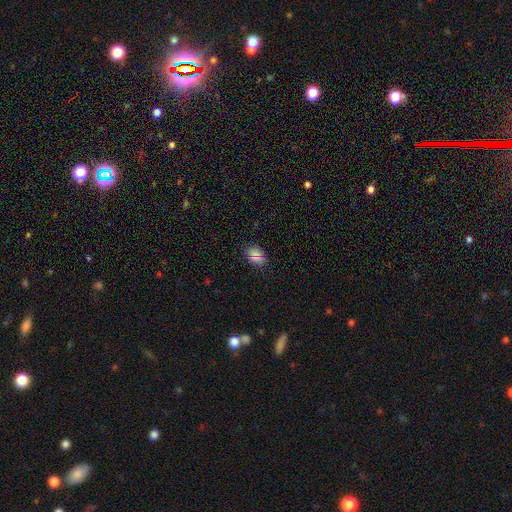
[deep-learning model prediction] Smooth or featured? Predicted: smooth (p=0.73). How rounded? Predicted: in between (p=0.81). Merging? Predicted: none (p=0.87).